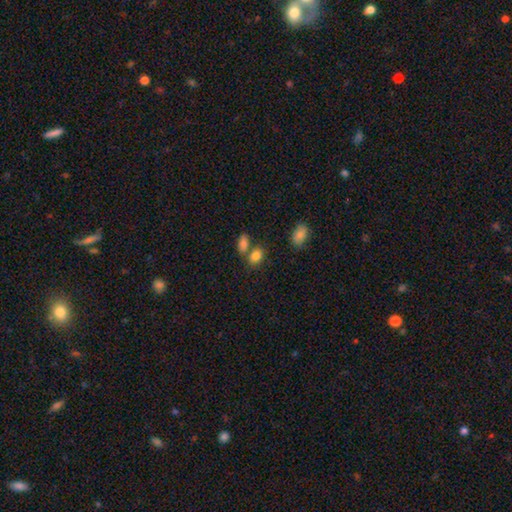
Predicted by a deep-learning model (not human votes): A smooth galaxy with no disk features (83%) that is in between round and cigar-shaped (80%).

Vote fractions:
- Smooth or featured? smooth: 83% / star or artifact: 10% / featured or disk: 7%
- How rounded? in between: 80% / round: 18% / cigar-shaped: 2%
- Merging? none: 55% / merger: 29% / minor disturbance: 12% / major disturbance: 4%